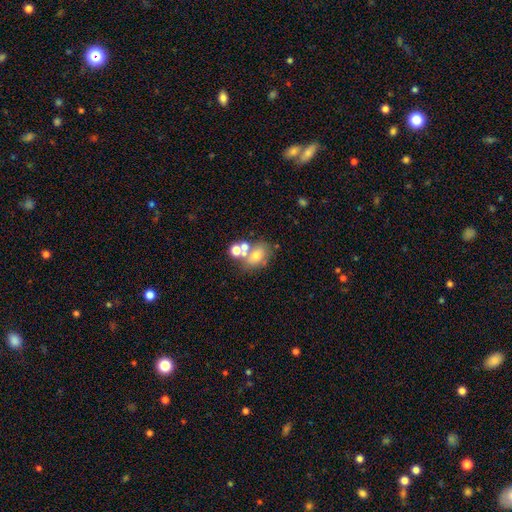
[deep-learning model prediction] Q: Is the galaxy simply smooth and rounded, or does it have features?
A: smooth — 59%.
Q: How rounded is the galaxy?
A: in between — 57%.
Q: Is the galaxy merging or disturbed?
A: none — 45%.